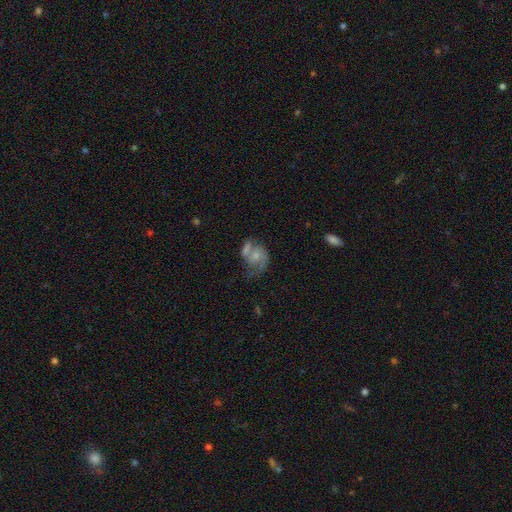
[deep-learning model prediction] Smooth or featured?
  - featured or disk: 60% *
  - smooth: 32%
  - star or artifact: 8%
Edge-on disk?
  - no: 98% *
  - yes: 2%
Bar?
  - no: 69% *
  - weak: 27%
  - strong: 5%
Spiral arms?
  - yes: 80% *
  - no: 20%
Bulge size?
  - small: 44% *
  - moderate: 33%
  - none: 17%
  - large: 5%
  - dominant: 2%
Merging?
  - merger: 31% *
  - none: 29%
  - major disturbance: 21%
  - minor disturbance: 19%